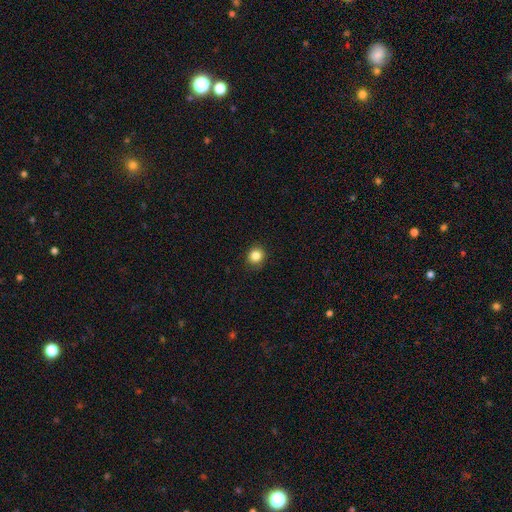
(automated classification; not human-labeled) Smooth or featured: smooth — 85% (star or artifact — 11%)
How rounded: round — 83% (in between — 16%)
Merging: none — 91% (minor disturbance — 7%)